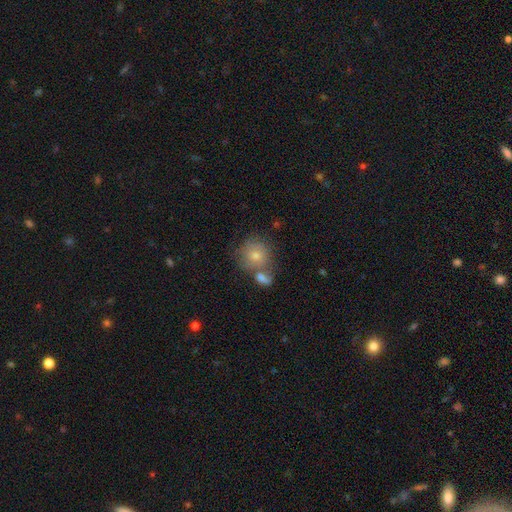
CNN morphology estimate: A smooth galaxy with no disk features (63%) that is round (87%).

Vote fractions:
- Smooth or featured? smooth: 63% / featured or disk: 23% / star or artifact: 14%
- How rounded? round: 87% / in between: 12% / cigar-shaped: 1%
- Merging? none: 52% / merger: 33% / minor disturbance: 11% / major disturbance: 4%